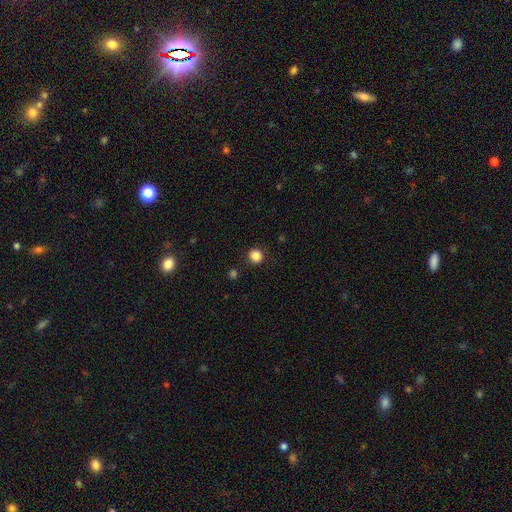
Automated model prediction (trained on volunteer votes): Smooth or featured?
  - smooth: 85% *
  - star or artifact: 11%
  - featured or disk: 3%
How rounded?
  - round: 91% *
  - in between: 8%
  - cigar-shaped: 1%
Merging?
  - none: 90% *
  - minor disturbance: 6%
  - major disturbance: 2%
  - merger: 1%